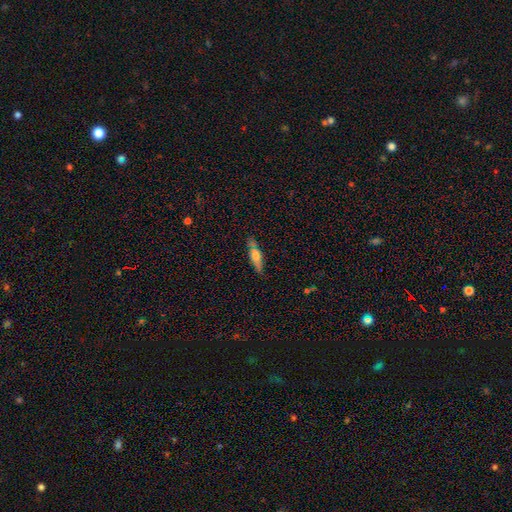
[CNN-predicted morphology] A smooth galaxy with no disk features (58%) that is cigar-shaped (58%). Merging: none (78%).